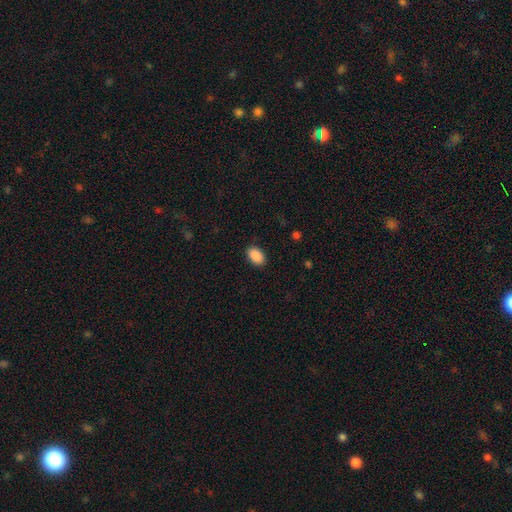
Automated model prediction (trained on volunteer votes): This appears to be a smooth galaxy with no disk features (90%) that is in between round and cigar-shaped (91%). Merging: none (89%).